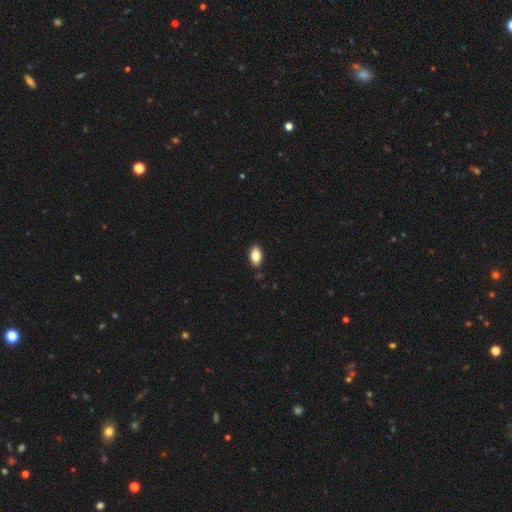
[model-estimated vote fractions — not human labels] smooth-or-featured: smooth: 79% | featured or disk: 14% | star or artifact: 7%
  how-rounded: in between: 90% | round: 5% | cigar-shaped: 4%
  merging: none: 88% | minor disturbance: 9% | major disturbance: 2% | merger: 1%